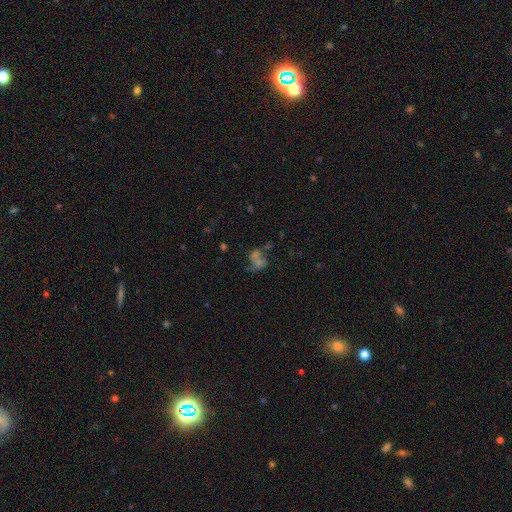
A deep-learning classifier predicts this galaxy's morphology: Smooth or featured? featured or disk (38%)
Merging? merger (35%)